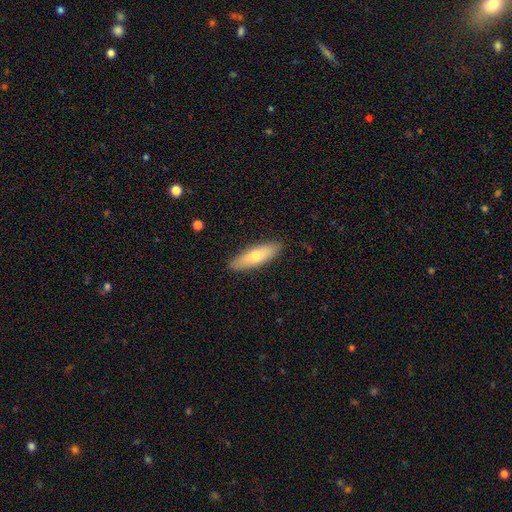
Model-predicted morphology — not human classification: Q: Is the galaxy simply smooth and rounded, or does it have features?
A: smooth — 66%.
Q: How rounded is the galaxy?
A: cigar-shaped — 55%.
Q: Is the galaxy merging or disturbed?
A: none — 88%.